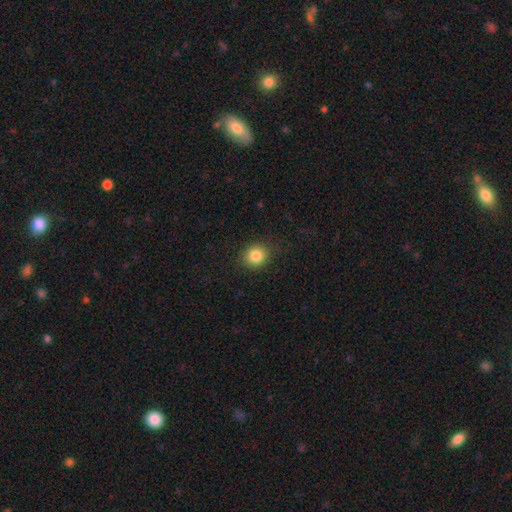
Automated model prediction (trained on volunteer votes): Smooth or featured?
  - smooth: 84% *
  - star or artifact: 10%
  - featured or disk: 6%
How rounded?
  - round: 76% *
  - in between: 23%
  - cigar-shaped: 1%
Merging?
  - none: 87% *
  - minor disturbance: 9%
  - major disturbance: 3%
  - merger: 1%